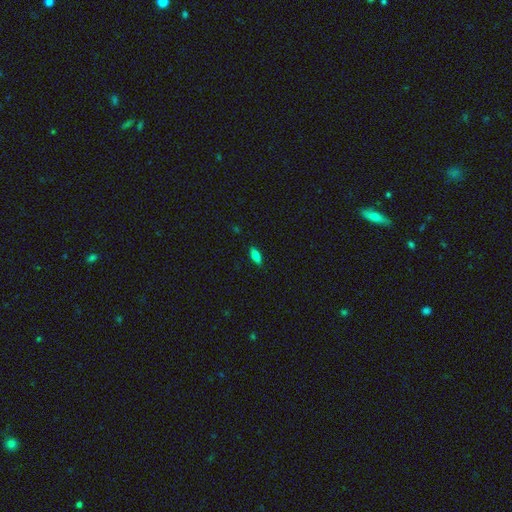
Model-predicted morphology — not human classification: type=smooth (78%); roundness=in between (77%); merging=none (87%).